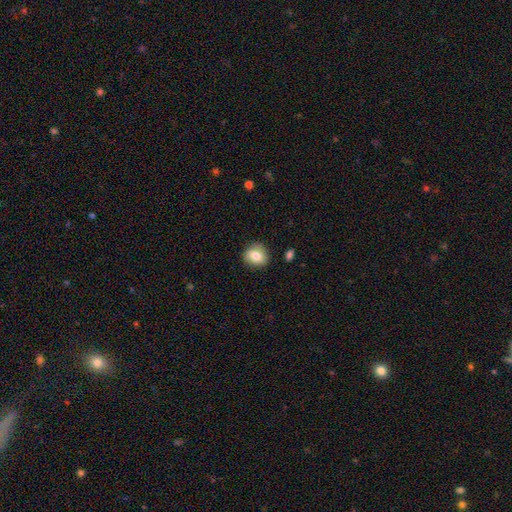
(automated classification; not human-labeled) A smooth galaxy with no disk features (81%) that is round (73%). Merging: none (83%).